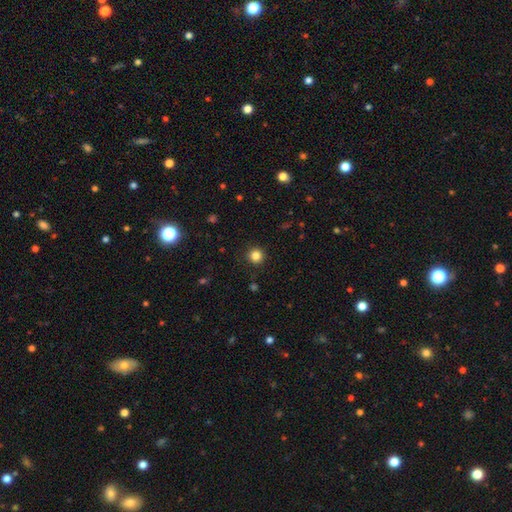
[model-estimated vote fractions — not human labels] A smooth galaxy with no disk features (84%) that is round (95%). Merging: none (92%).